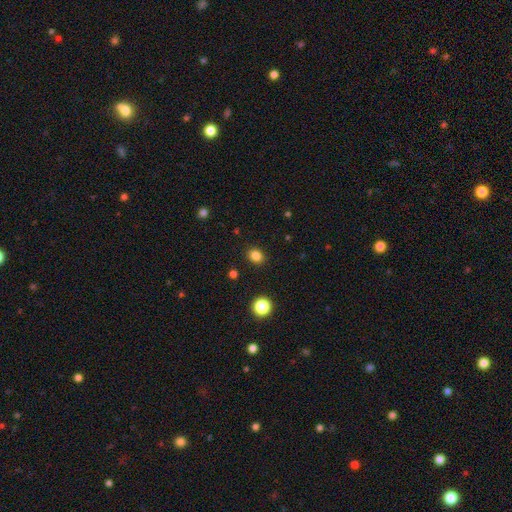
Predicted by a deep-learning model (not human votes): smooth-or-featured: smooth: 84% | star or artifact: 12% | featured or disk: 4%
  how-rounded: round: 57% | in between: 42% | cigar-shaped: 1%
  merging: none: 89% | minor disturbance: 7% | major disturbance: 2% | merger: 1%